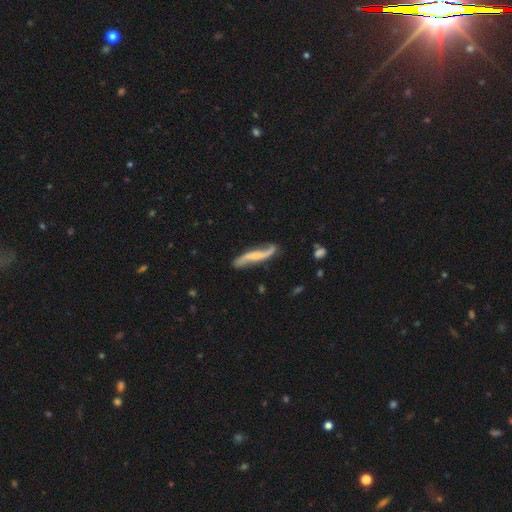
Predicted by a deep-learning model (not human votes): Smooth or featured: featured or disk — 75% (smooth — 20%)
Edge-on disk: no — 76% (yes — 24%)
Bar: no — 48% (weak — 33%)
Spiral arms: yes — 94% (no — 6%)
Spiral winding: loose — 81% (medium — 14%)
Spiral arm count: 2 — 92% (can't tell — 3%)
Bulge size: small — 44% (none — 29%)
Merging: none — 75% (minor disturbance — 18%)